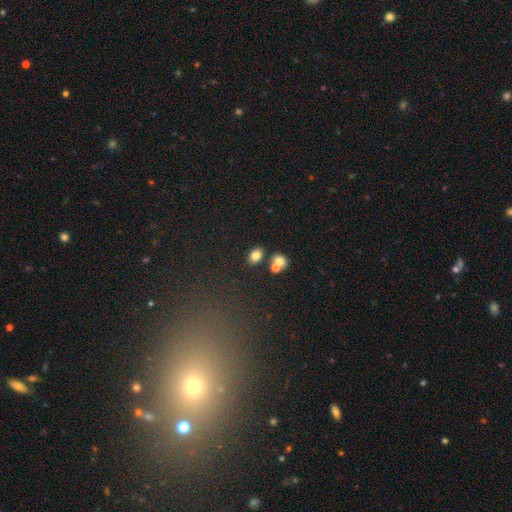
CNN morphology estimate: Overall: smooth (78%). How rounded: in between (77%). Merging: none (62%; merger 25%).